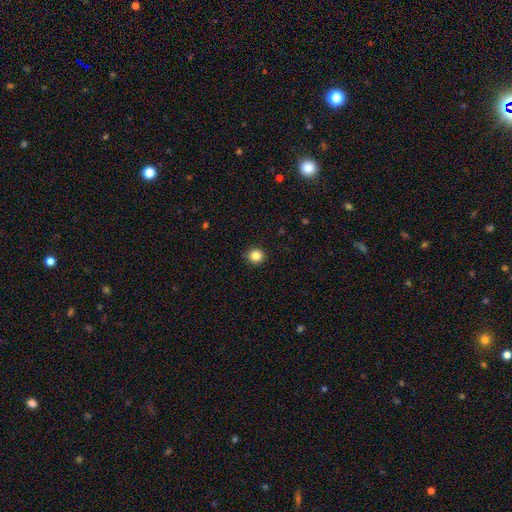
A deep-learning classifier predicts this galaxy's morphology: smooth 85%, star or artifact 11%, featured or disk 4%. Down the decision tree: how rounded — round (91%); merging — none (90%).